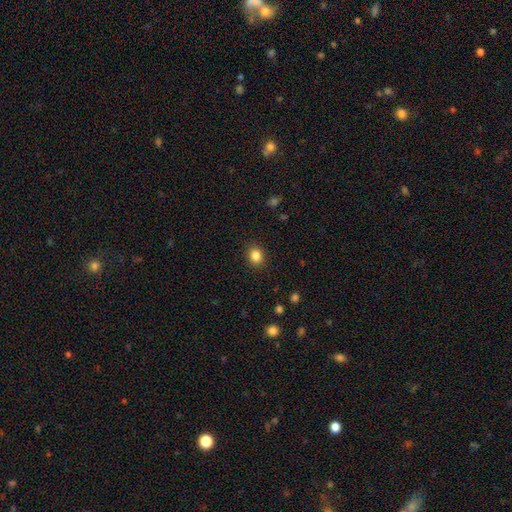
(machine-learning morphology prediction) smooth 85%, star or artifact 11%, featured or disk 4%. Down the decision tree: how rounded — round (67%); merging — none (89%).